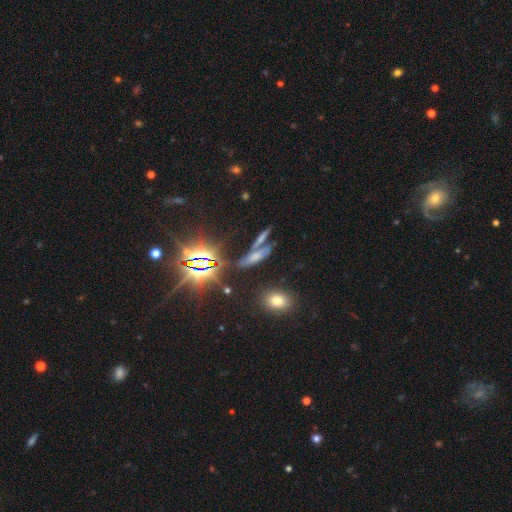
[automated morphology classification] Smooth or featured?
  - smooth: 50% *
  - star or artifact: 29%
  - featured or disk: 20%
How rounded?
  - cigar-shaped: 58% *
  - in between: 35%
  - round: 7%
Merging?
  - none: 49% *
  - merger: 31%
  - minor disturbance: 12%
  - major disturbance: 7%